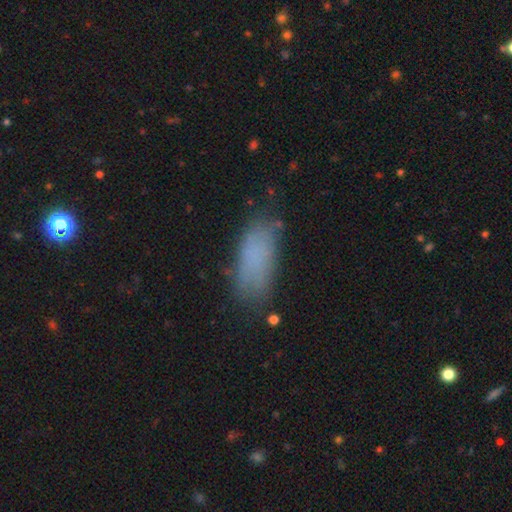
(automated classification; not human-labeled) A smooth galaxy with no disk features (75%) that is in between round and cigar-shaped (85%).

Vote fractions:
- Smooth or featured? smooth: 75% / featured or disk: 15% / star or artifact: 10%
- How rounded? in between: 85% / cigar-shaped: 13% / round: 3%
- Merging? none: 64% / minor disturbance: 24% / major disturbance: 10% / merger: 3%